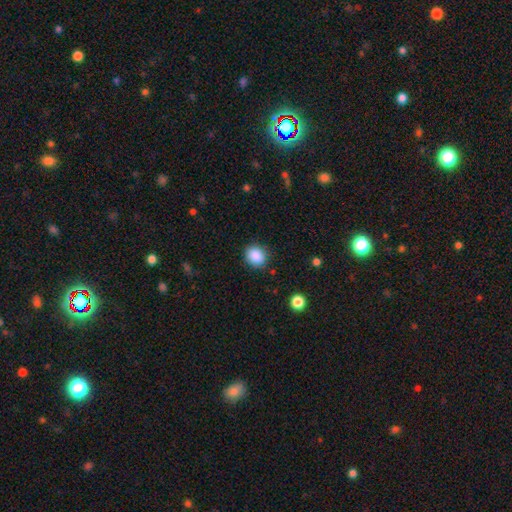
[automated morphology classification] smooth_or_featured: smooth (p=0.88) [alt: star or artifact p=0.09]
how_rounded: round (p=0.67) [alt: in between p=0.32]
merging: none (p=0.87) [alt: minor disturbance p=0.09]